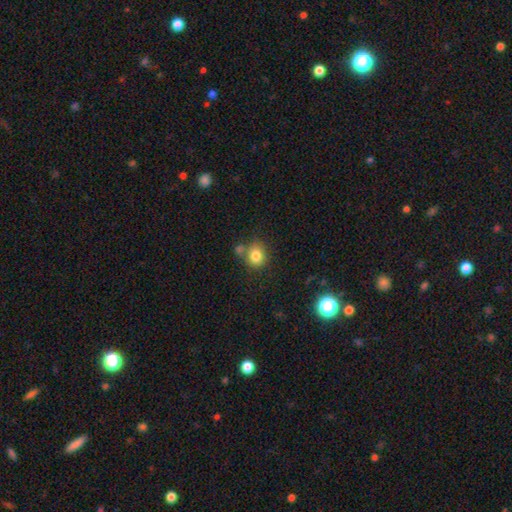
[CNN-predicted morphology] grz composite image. It shows a smooth galaxy with no disk features (81%) that is round (76%). Merging: none (62%).